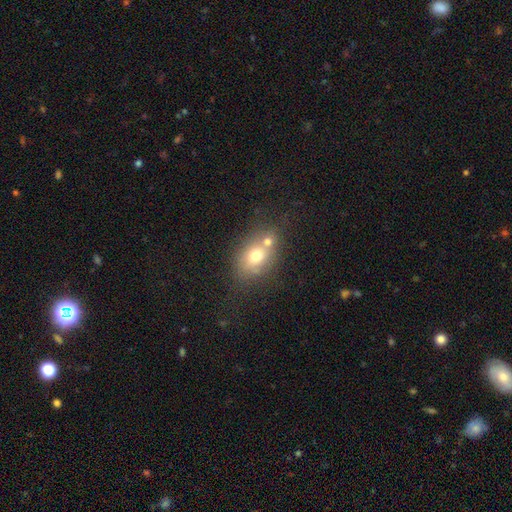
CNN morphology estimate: This is likely a smooth galaxy (68%). How rounded: likely in between (63%). Merging: marginally none (42%).